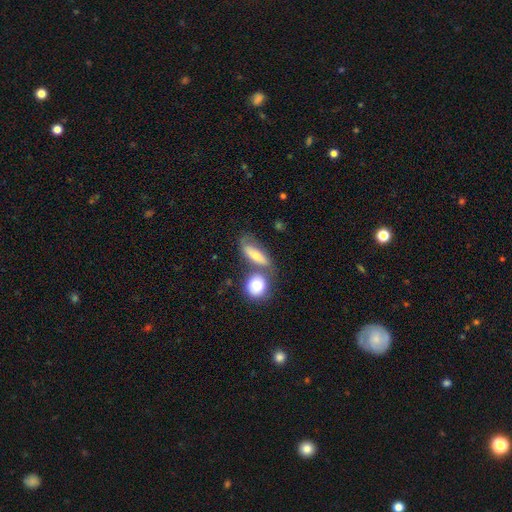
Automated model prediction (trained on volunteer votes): The model was most divided on "merging": none: 44%, merger: 32%, minor disturbance: 16%, major disturbance: 8%. More confident: smooth or featured — smooth (58%); how rounded — in between (56%).